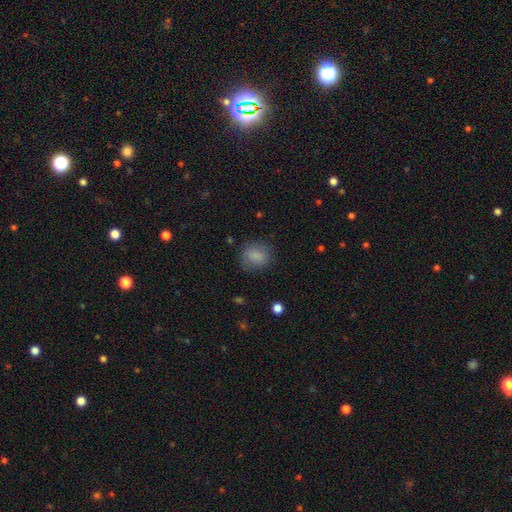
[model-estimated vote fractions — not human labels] Overall: smooth (84%). How rounded: round (58%; in between 41%). Merging: none (79%).